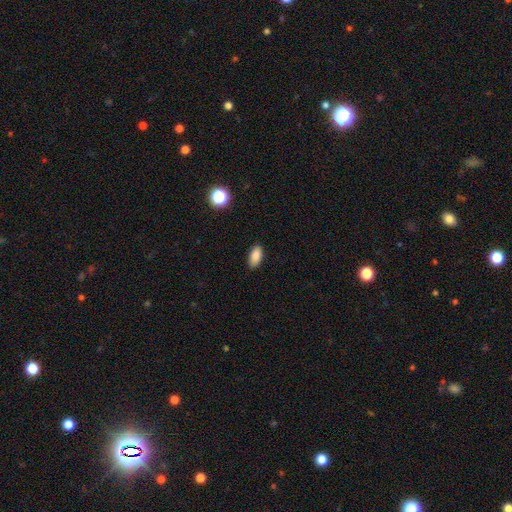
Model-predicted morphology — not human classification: Smooth or featured? smooth (87%)
How rounded? in between (91%)
Merging? none (87%)